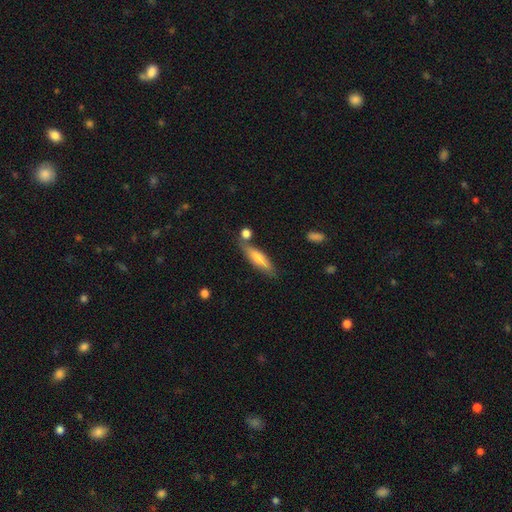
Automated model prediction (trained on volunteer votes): A smooth galaxy with no disk features (60%) that is cigar-shaped (73%). Merging: none (75%).